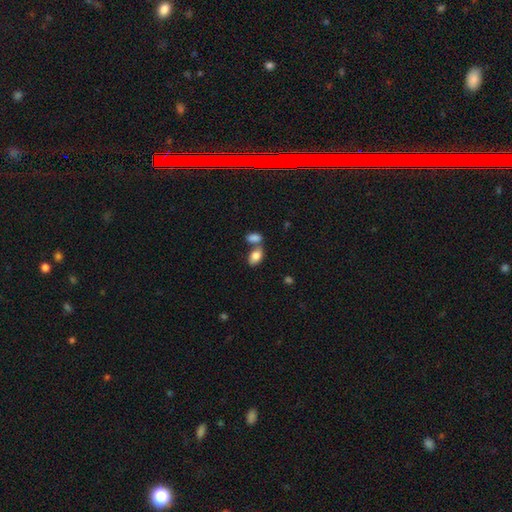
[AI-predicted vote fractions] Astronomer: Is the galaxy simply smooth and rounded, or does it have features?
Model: smooth — 82%.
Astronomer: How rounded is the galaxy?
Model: in between — 91%.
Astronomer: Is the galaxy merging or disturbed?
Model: none — 43% (runner-up: merger, 42%).